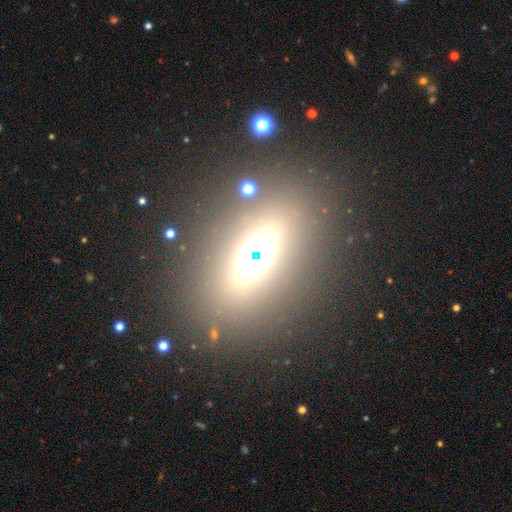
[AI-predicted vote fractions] A smooth galaxy with no disk features (41%).

Vote fractions:
- Smooth or featured? smooth: 41% / star or artifact: 31% / featured or disk: 29%
- Merging? none: 81% / minor disturbance: 9% / major disturbance: 6% / merger: 4%